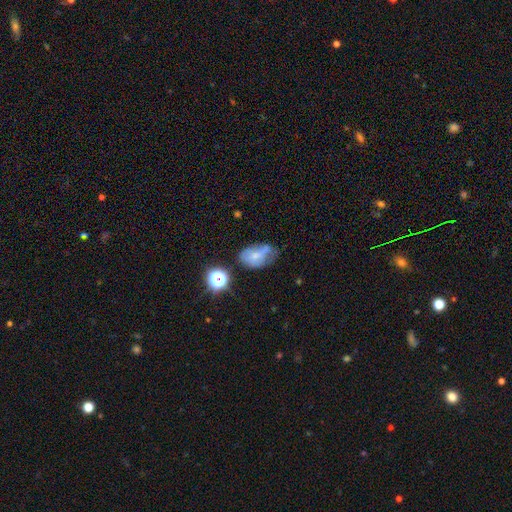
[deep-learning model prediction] Smooth or featured: smooth — 57% (featured or disk — 29%)
How rounded: in between — 82% (round — 16%)
Merging: minor disturbance — 38% (none — 34%)